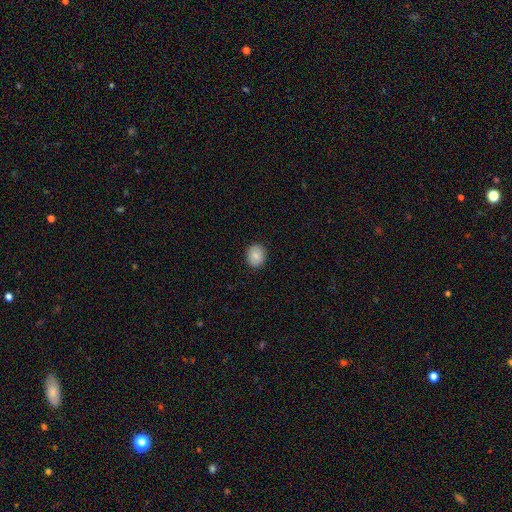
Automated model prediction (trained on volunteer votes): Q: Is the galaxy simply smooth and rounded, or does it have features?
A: smooth — 82%.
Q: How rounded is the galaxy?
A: round — 70%.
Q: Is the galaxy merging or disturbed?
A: none — 89%.